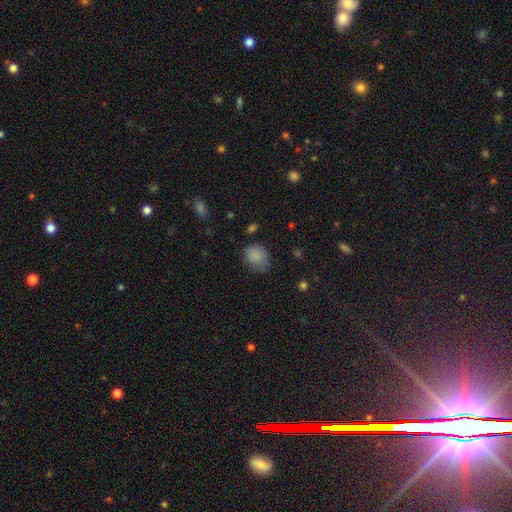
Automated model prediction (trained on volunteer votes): Smooth or featured: smooth — 84% (star or artifact — 10%)
How rounded: round — 56% (in between — 44%)
Merging: none — 59% (minor disturbance — 29%)